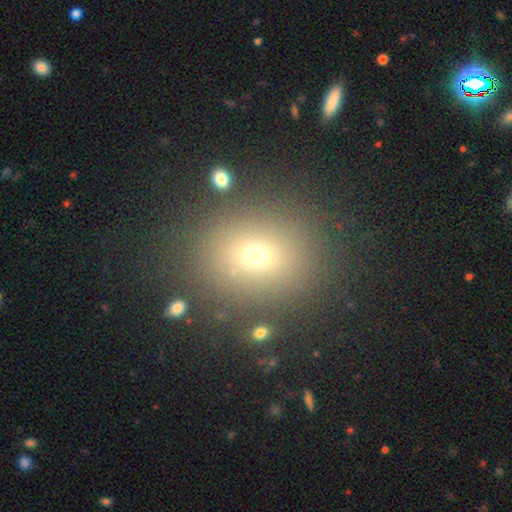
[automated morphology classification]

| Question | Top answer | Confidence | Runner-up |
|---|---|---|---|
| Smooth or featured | smooth | 69% | star or artifact (19%) |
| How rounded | round | 69% | in between (30%) |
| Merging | none | 82% | minor disturbance (9%) |